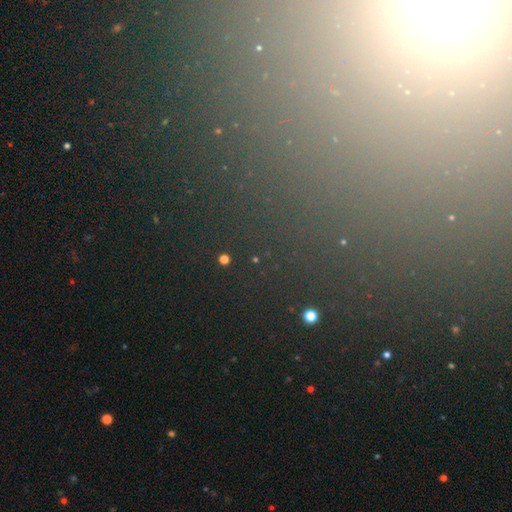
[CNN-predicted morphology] Smooth or featured: star or artifact — 72% (smooth — 15%)